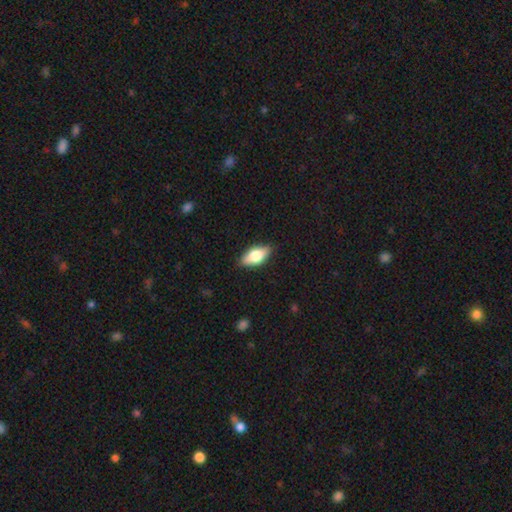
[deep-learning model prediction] smooth 65%, featured or disk 28%, star or artifact 7%. Down the decision tree: how rounded — in between (86%); merging — none (85%).